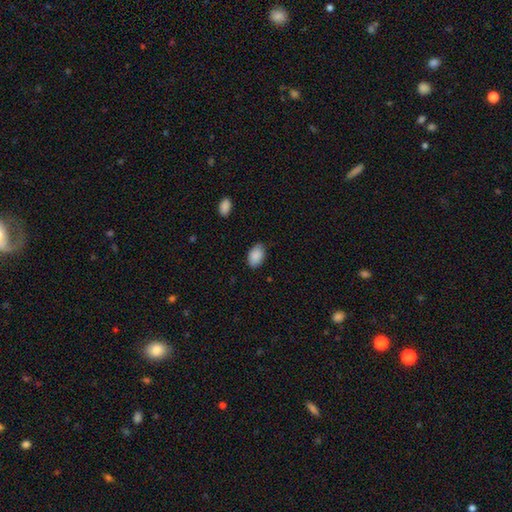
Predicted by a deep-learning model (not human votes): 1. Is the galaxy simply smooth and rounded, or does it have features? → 90% smooth, 7% star or artifact, 4% featured or disk.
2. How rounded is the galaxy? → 91% in between, 8% round, 1% cigar-shaped.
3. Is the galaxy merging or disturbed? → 79% none, 17% minor disturbance, 3% major disturbance, 1% merger.